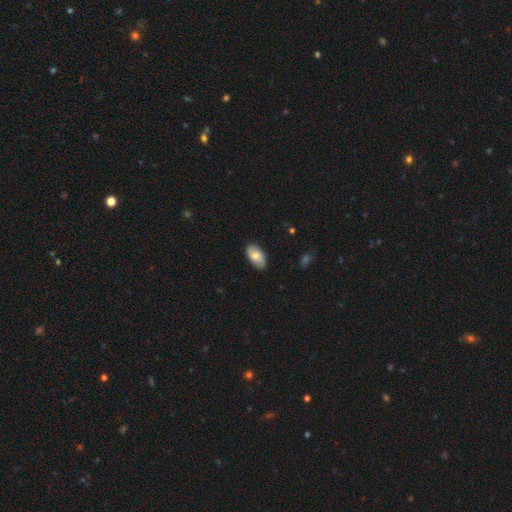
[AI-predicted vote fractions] Morphology: type=smooth (68%); roundness=in between (95%); merging=none (84%).